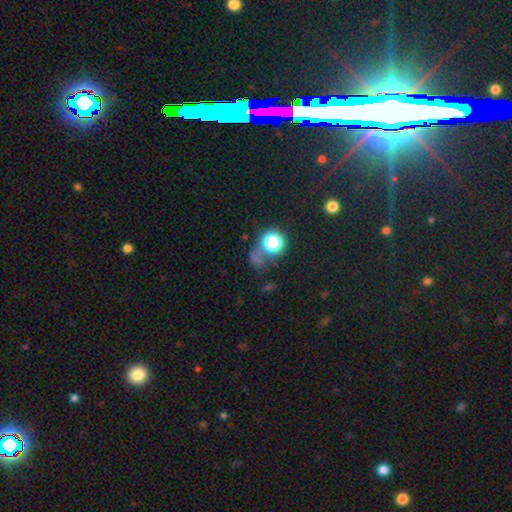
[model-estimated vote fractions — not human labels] This appears to be a smooth galaxy with no disk features (52%) that is round (76%). Merging: none (47%).